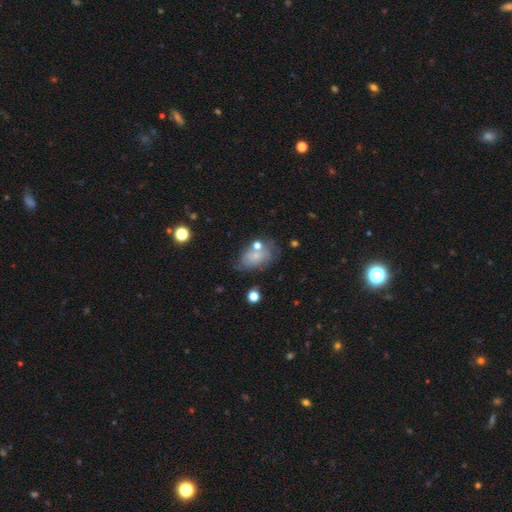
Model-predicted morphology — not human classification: Smooth or featured? smooth (59%)
How rounded? in between (84%)
Merging? none (47%)